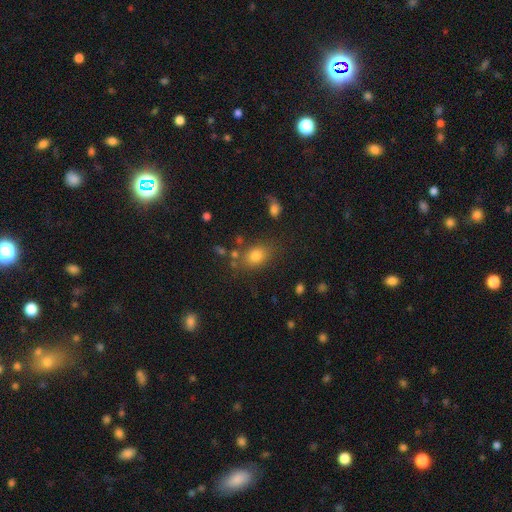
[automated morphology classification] smooth-or-featured: smooth: 78% | star or artifact: 13% | featured or disk: 9%
  how-rounded: in between: 66% | round: 32% | cigar-shaped: 2%
  merging: none: 72% | minor disturbance: 15% | merger: 7% | major disturbance: 6%